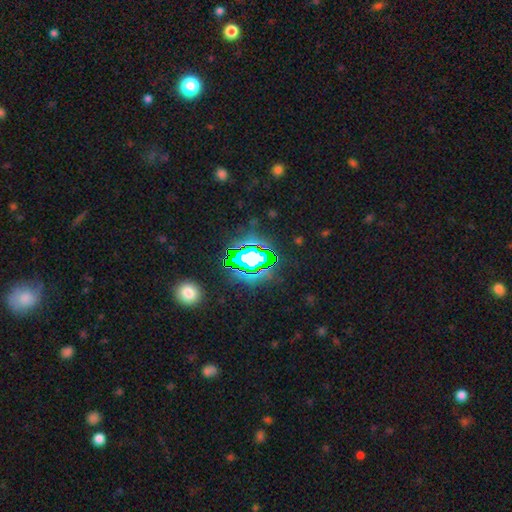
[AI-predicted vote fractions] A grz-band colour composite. It shows a star or artifact, not a galaxy (81%).